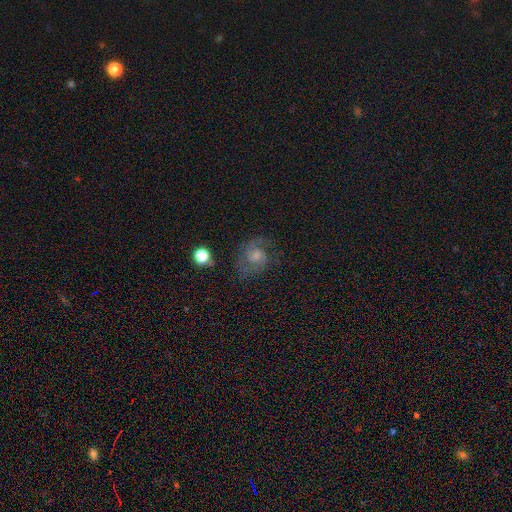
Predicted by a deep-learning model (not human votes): smooth-or-featured: featured or disk: 71% | smooth: 15% | star or artifact: 14%
  disk-edge-on: no: 98% | yes: 2%
    bar: no: 58% | weak: 36% | strong: 5%
    has-spiral-arms: yes: 94% | no: 6%
      spiral-winding: medium: 52% | tight: 31% | loose: 17%
      spiral-arm-count: 2: 79% | can't tell: 10% | 1: 5% | 3: 3% | 4: 2% | more than 4: 2%
    bulge-size: moderate: 42% | small: 41% | none: 9% | large: 6% | dominant: 2%
  merging: none: 73% | minor disturbance: 16% | major disturbance: 9% | merger: 2%